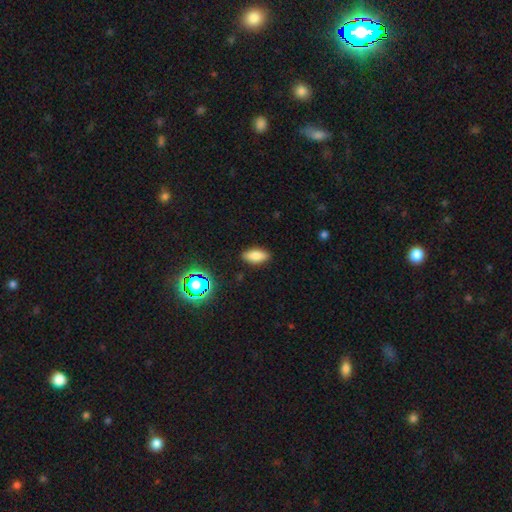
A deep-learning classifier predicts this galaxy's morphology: type=smooth (81%); roundness=in between (86%); merging=none (87%).